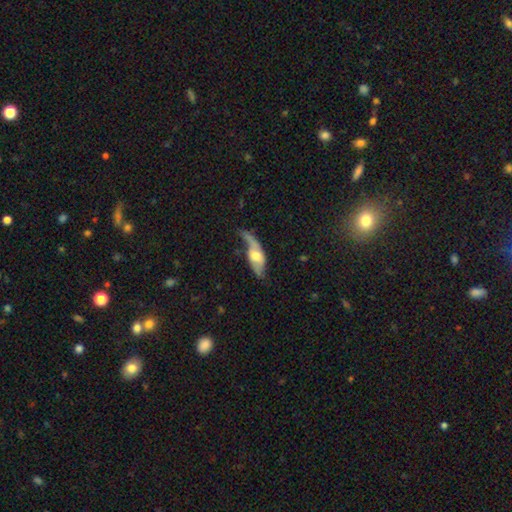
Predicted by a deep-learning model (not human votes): Smooth or featured: featured or disk — 54% (smooth — 40%)
Edge-on disk: no — 70% (yes — 30%)
Merging: major disturbance — 36% (minor disturbance — 29%)